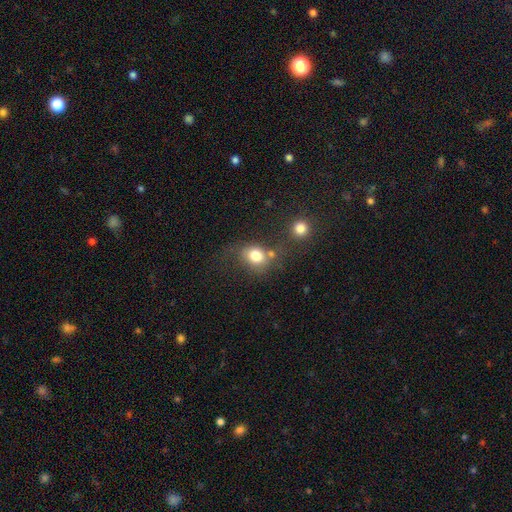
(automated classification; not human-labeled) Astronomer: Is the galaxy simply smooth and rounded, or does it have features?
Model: smooth — 79%.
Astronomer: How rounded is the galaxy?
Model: round — 54% (runner-up: in between, 44%).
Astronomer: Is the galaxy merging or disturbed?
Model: none — 49%.